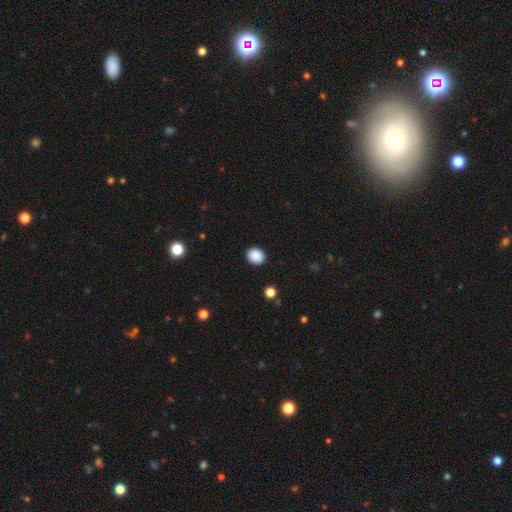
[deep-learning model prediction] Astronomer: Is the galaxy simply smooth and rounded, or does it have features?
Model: smooth — 89%.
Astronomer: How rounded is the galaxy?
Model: round — 65%.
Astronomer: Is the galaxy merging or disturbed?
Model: none — 91%.